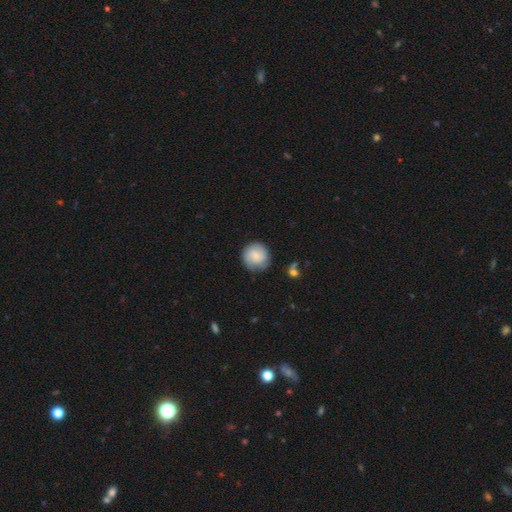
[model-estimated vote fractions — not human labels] The model was most divided on "smooth or featured": smooth: 65%, featured or disk: 28%, star or artifact: 7%. More confident: how rounded — round (92%); merging — none (80%).